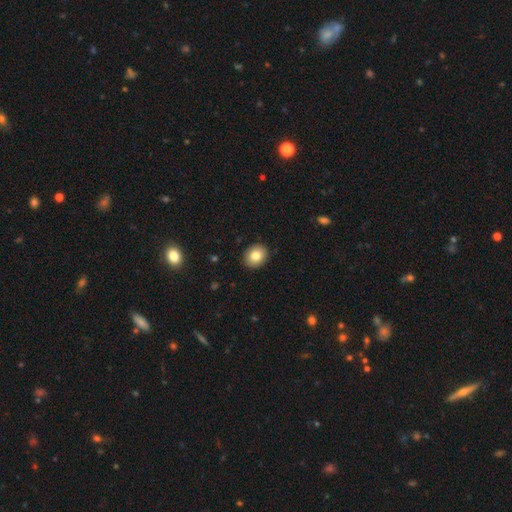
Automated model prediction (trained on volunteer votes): Smooth or featured?
  - smooth: 82% *
  - featured or disk: 9%
  - star or artifact: 9%
How rounded?
  - round: 56% *
  - in between: 43%
  - cigar-shaped: 1%
Merging?
  - none: 91% *
  - minor disturbance: 7%
  - major disturbance: 2%
  - merger: 1%